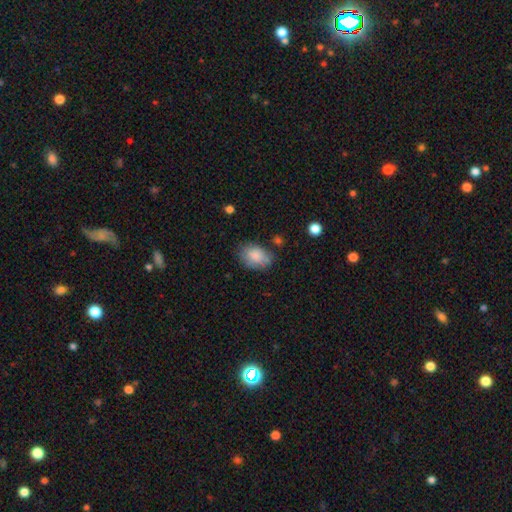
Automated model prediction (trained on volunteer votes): Morphology: type=smooth (82%); roundness=in between (81%); merging=none (66%).